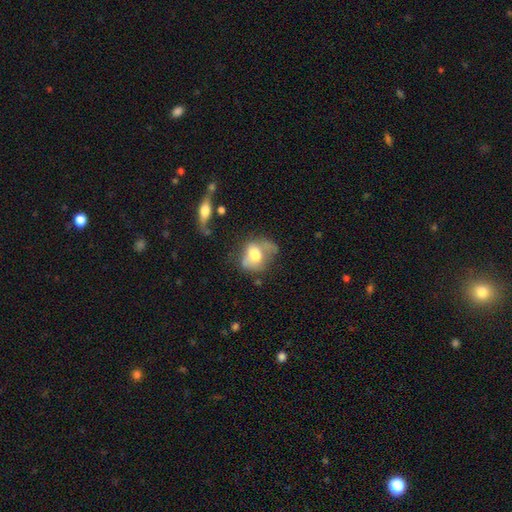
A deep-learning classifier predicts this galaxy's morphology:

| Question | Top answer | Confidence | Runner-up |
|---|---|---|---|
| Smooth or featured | smooth | 53% | featured or disk (38%) |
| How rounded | in between | 67% | round (32%) |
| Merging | none | 31% | tied: major disturbance (31%) |